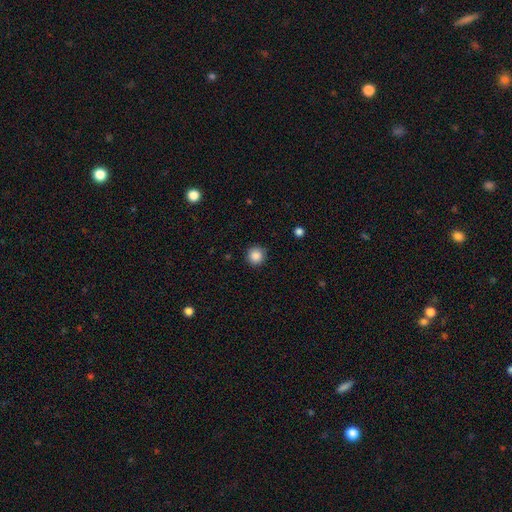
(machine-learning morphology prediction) A smooth galaxy with no disk features (87%) that is round (95%).

Vote fractions:
- Smooth or featured? smooth: 87% / star or artifact: 10% / featured or disk: 3%
- How rounded? round: 95% / in between: 4% / cigar-shaped: 1%
- Merging? none: 90% / minor disturbance: 7% / major disturbance: 2% / merger: 1%